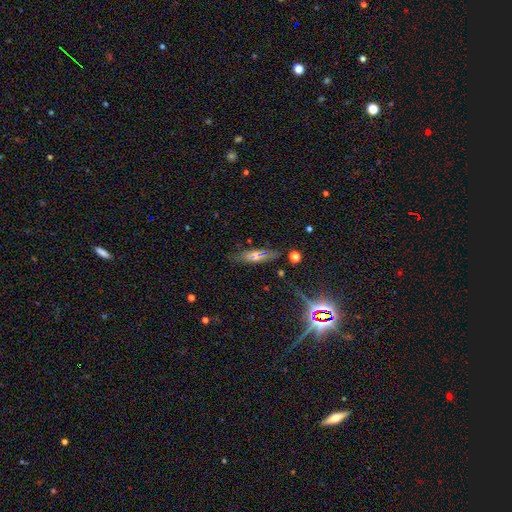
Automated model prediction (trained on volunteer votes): Smooth or featured: smooth — 46% (featured or disk — 38%)
Merging: none — 74% (minor disturbance — 17%)